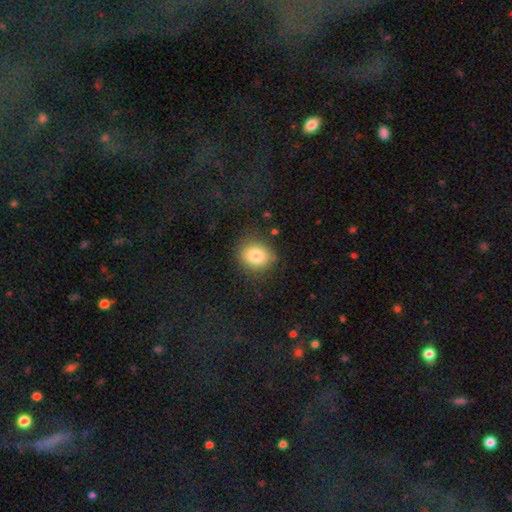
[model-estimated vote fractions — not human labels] Smooth or featured? smooth (81%)
How rounded? round (65%)
Merging? none (81%)